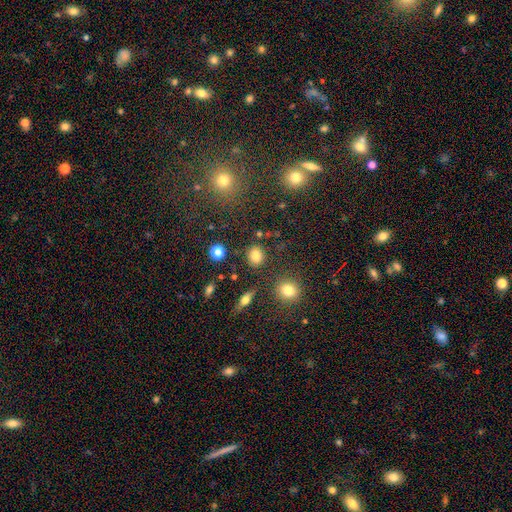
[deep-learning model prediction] Smooth or featured? smooth (80%)
How rounded? round (61%)
Merging? none (83%)